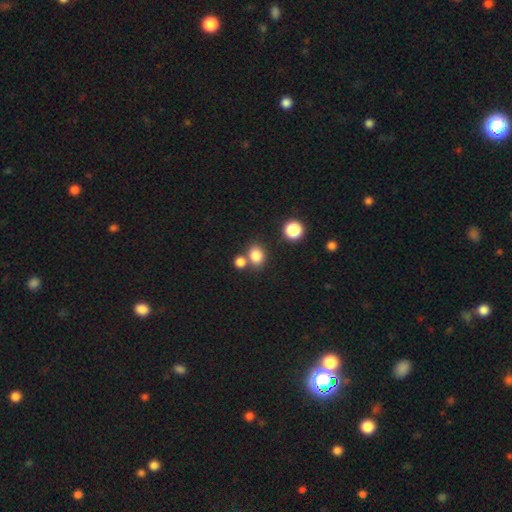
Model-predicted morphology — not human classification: smooth-or-featured: smooth: 83% | star or artifact: 12% | featured or disk: 6%
  how-rounded: round: 55% | in between: 44% | cigar-shaped: 1%
  merging: none: 62% | merger: 25% | minor disturbance: 10% | major disturbance: 3%